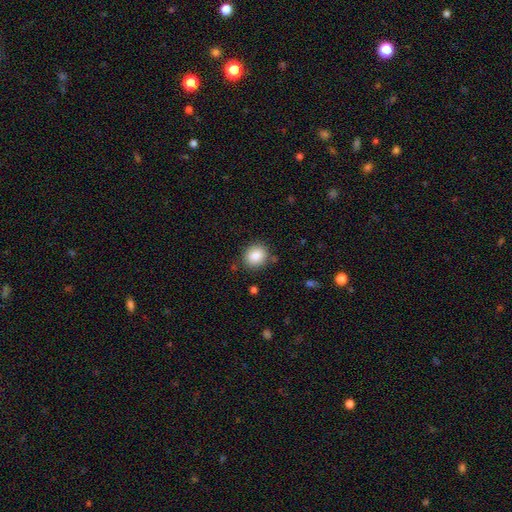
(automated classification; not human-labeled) Smooth or featured: smooth — 87% (star or artifact — 9%)
How rounded: round — 76% (in between — 24%)
Merging: none — 84% (minor disturbance — 11%)